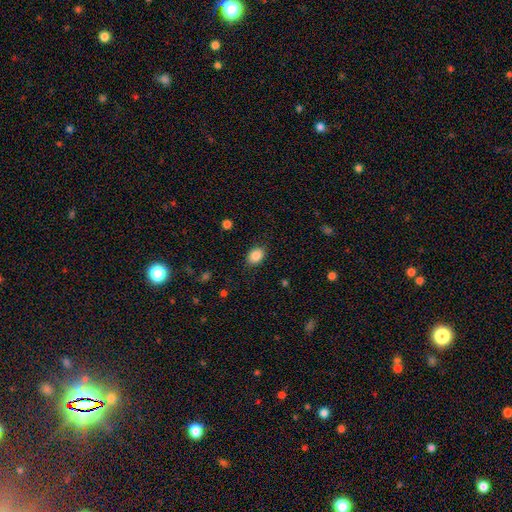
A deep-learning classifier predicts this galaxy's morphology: The model was most divided on "how rounded": in between: 72%, round: 27%, cigar-shaped: 1%. More confident: smooth or featured — smooth (88%); merging — none (86%).